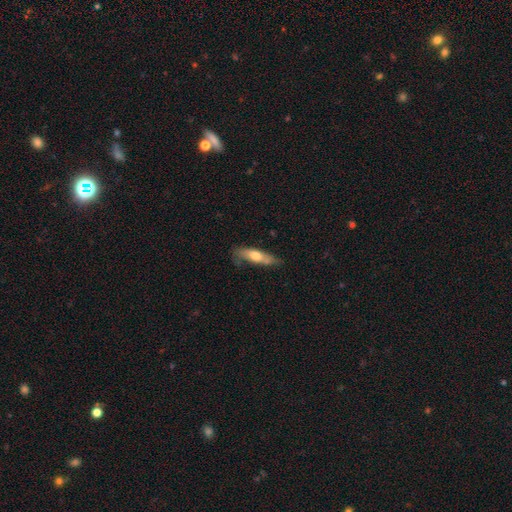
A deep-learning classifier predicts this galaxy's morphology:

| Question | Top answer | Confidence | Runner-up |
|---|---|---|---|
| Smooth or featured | smooth | 59% | featured or disk (35%) |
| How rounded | cigar-shaped | 63% | in between (35%) |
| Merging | none | 62% | minor disturbance (27%) |